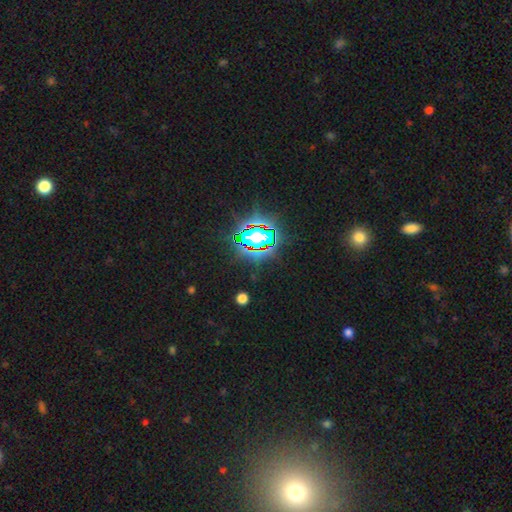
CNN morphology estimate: smooth_or_featured: star or artifact (p=0.75) [alt: smooth p=0.14]